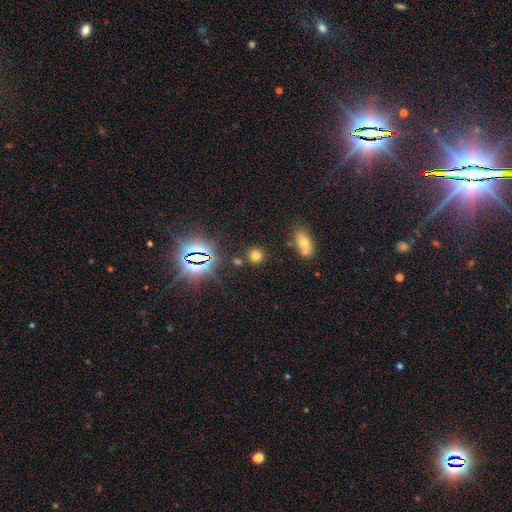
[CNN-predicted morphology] Smooth or featured? smooth (66%)
How rounded? round (88%)
Merging? none (80%)